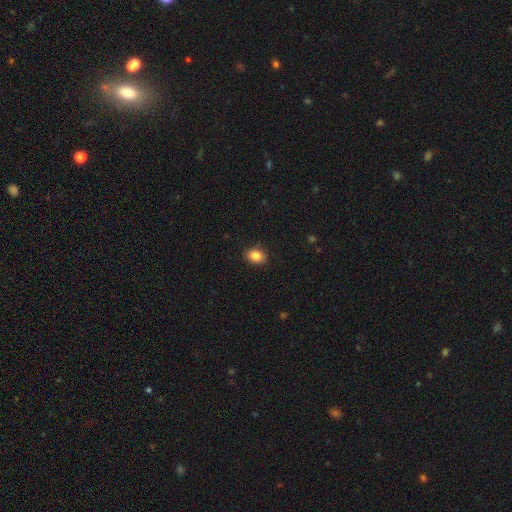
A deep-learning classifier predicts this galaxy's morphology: This appears to be a smooth galaxy with no disk features (86%) that is in between round and cigar-shaped (66%). Merging: none (88%).